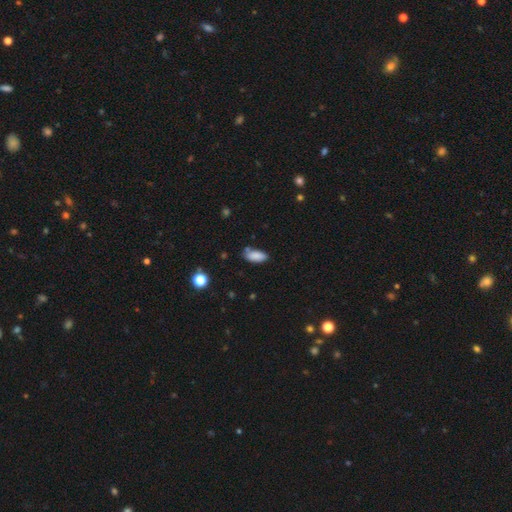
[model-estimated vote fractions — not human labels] A smooth galaxy with no disk features (86%) that is in between round and cigar-shaped (87%).

Vote fractions:
- Smooth or featured? smooth: 86% / star or artifact: 8% / featured or disk: 6%
- How rounded? in between: 87% / cigar-shaped: 11% / round: 2%
- Merging? none: 71% / minor disturbance: 20% / merger: 5% / major disturbance: 4%